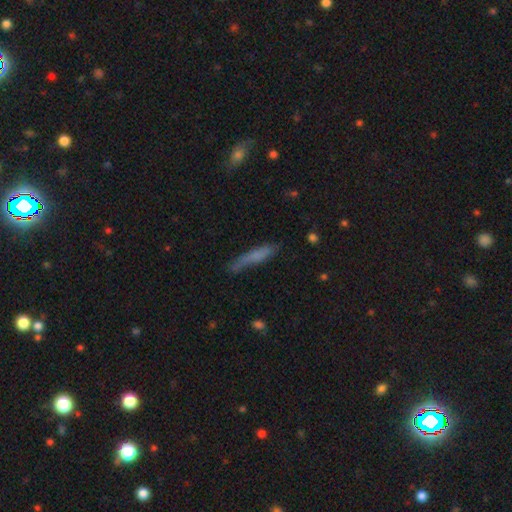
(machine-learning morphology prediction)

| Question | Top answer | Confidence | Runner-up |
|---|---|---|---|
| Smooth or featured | smooth | 67% | featured or disk (24%) |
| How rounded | cigar-shaped | 88% | in between (10%) |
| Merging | none | 58% | minor disturbance (27%) |